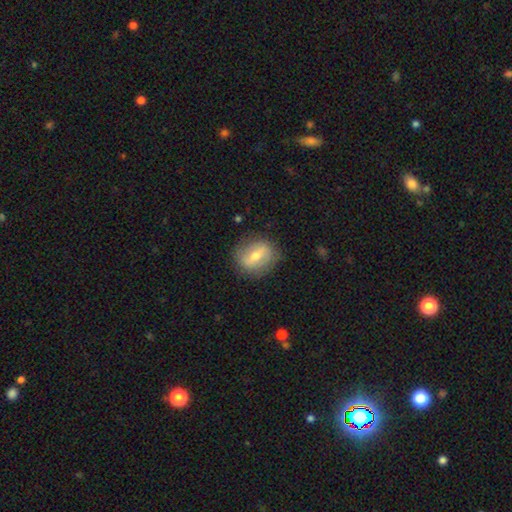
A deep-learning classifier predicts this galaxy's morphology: This appears to be a featured or disk galaxy (50%). Merging: none (79%).